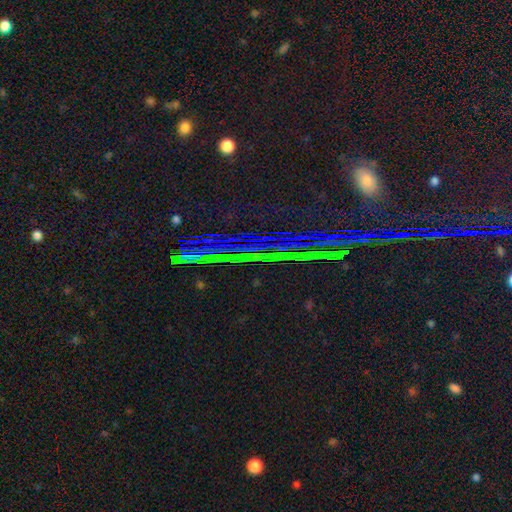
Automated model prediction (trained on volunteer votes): Smooth or featured: star or artifact — 84% (smooth — 8%)